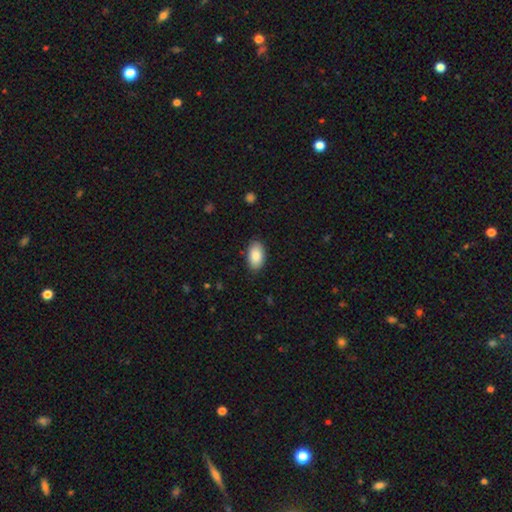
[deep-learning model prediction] This appears to be a smooth galaxy with no disk features (88%) that is in between round and cigar-shaped (95%). Merging: none (87%).